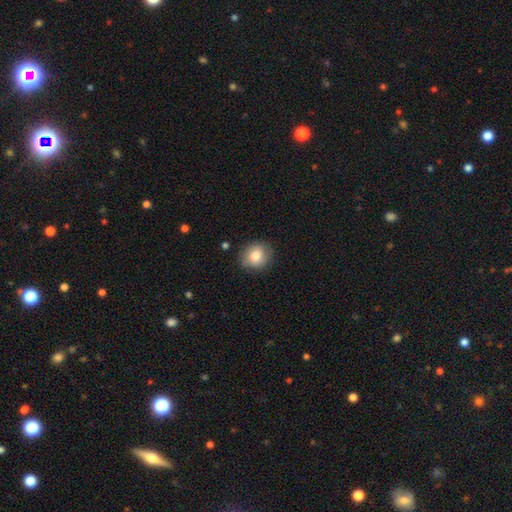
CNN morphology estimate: Smooth or featured? smooth (80%)
How rounded? round (81%)
Merging? none (83%)